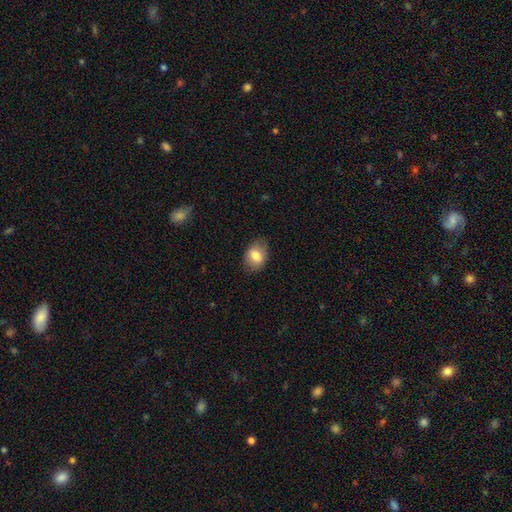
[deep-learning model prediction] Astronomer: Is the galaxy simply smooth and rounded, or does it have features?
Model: smooth — 79%.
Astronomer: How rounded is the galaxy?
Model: in between — 67%.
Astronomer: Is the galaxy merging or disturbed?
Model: none — 81%.